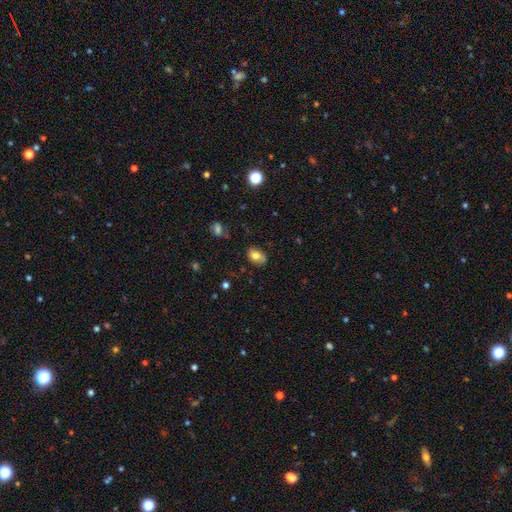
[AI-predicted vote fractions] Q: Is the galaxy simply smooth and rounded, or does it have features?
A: smooth — 73%.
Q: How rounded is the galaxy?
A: in between — 78%.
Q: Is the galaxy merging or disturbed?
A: none — 76%.